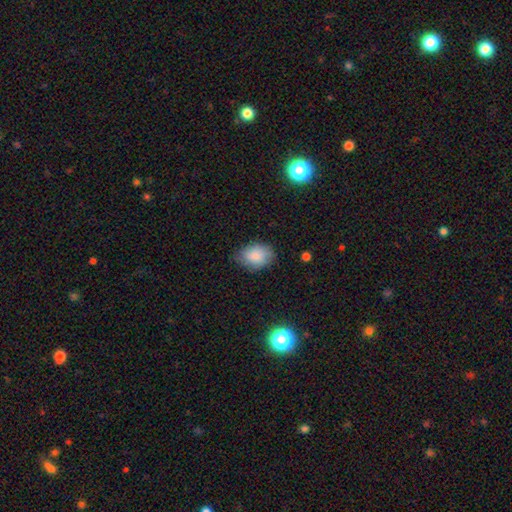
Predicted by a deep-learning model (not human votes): smooth 85%, featured or disk 8%, star or artifact 7%. Down the decision tree: how rounded — in between (75%); merging — none (76%).